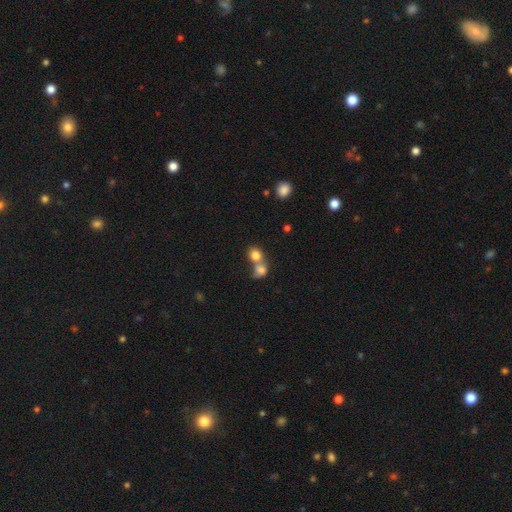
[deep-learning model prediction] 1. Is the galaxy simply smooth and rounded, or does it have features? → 79% smooth, 11% featured or disk, 10% star or artifact.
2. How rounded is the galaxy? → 71% round, 27% in between, 1% cigar-shaped.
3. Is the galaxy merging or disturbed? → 64% merger, 27% none, 6% minor disturbance, 3% major disturbance.